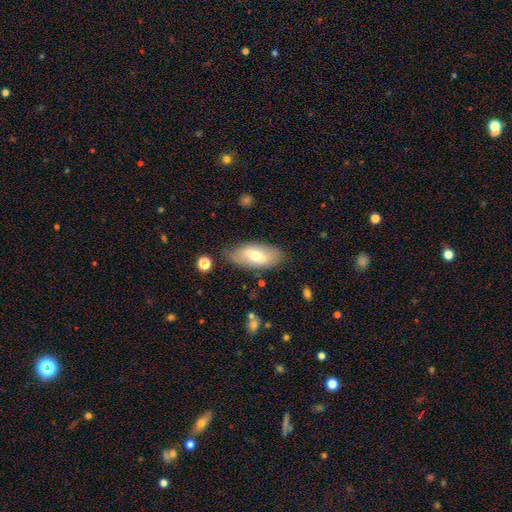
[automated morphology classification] type=smooth (61%); roundness=in between (87%); merging=none (77%).